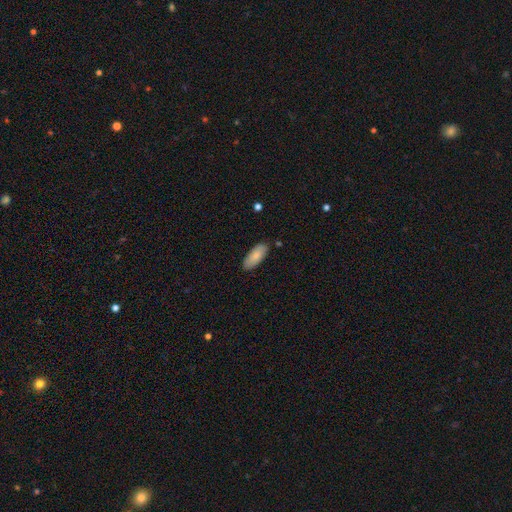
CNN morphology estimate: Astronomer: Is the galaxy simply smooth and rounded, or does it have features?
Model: smooth — 82%.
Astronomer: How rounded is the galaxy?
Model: in between — 83%.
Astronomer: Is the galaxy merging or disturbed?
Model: none — 85%.